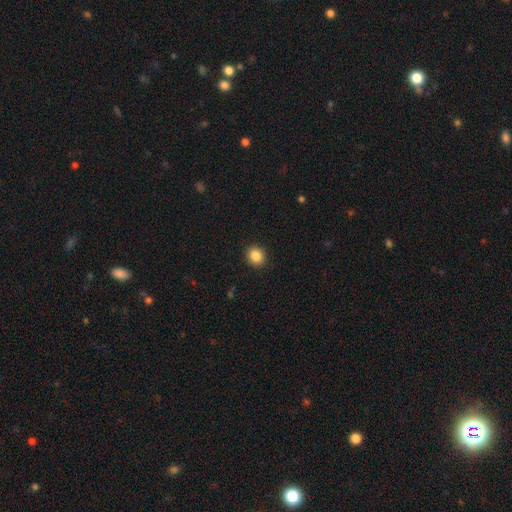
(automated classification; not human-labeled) Smooth or featured? Predicted: smooth (p=0.86). How rounded? Predicted: round (p=0.81). Merging? Predicted: none (p=0.92).